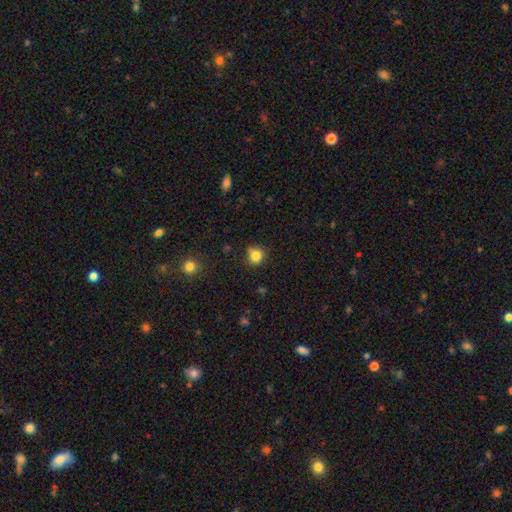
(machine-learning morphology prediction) smooth 82%, star or artifact 12%, featured or disk 6%. Down the decision tree: how rounded — round (83%); merging — none (70%).